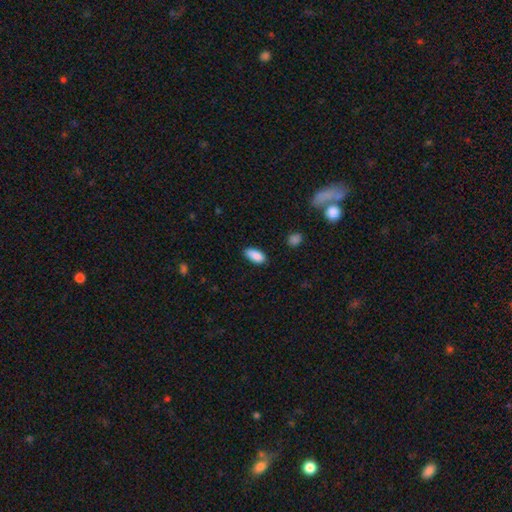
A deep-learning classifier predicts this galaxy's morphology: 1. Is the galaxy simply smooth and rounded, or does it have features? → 89% smooth, 7% star or artifact, 4% featured or disk.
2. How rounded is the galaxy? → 89% in between, 9% cigar-shaped, 2% round.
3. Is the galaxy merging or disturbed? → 82% none, 14% minor disturbance, 2% major disturbance, 1% merger.